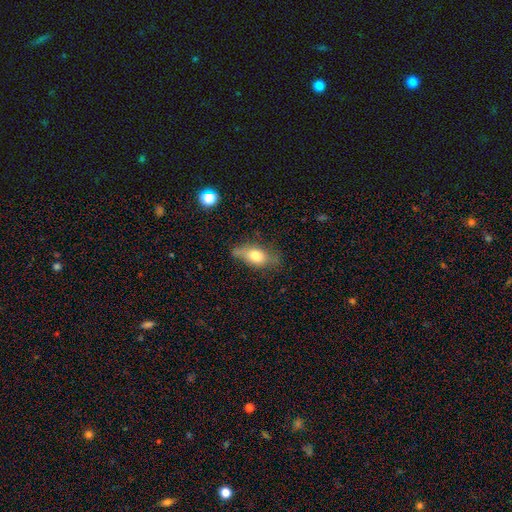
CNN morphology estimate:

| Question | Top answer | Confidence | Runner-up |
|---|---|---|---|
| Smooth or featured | smooth | 69% | featured or disk (23%) |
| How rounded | in between | 79% | cigar-shaped (12%) |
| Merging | none | 55% | minor disturbance (31%) |